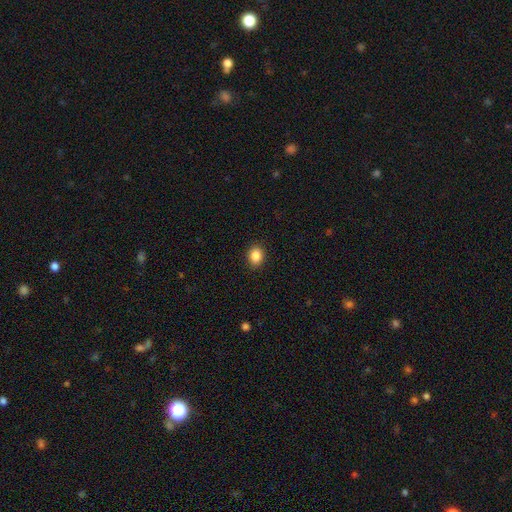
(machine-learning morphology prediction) A smooth galaxy with no disk features (87%) that is in between round and cigar-shaped (53%). Merging: none (89%).